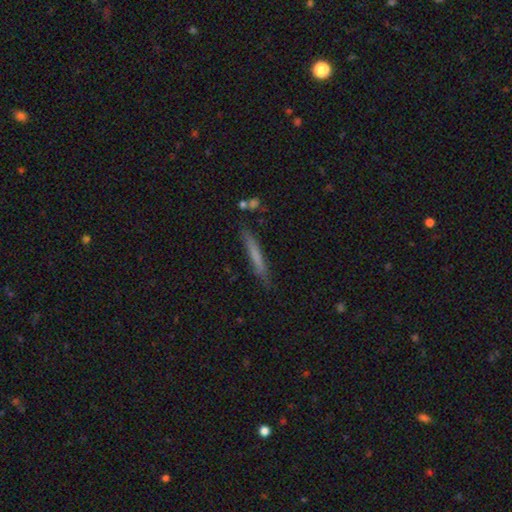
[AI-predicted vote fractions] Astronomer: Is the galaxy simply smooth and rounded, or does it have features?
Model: smooth — 64%.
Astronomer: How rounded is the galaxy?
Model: cigar-shaped — 95%.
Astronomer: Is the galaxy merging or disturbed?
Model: none — 82%.